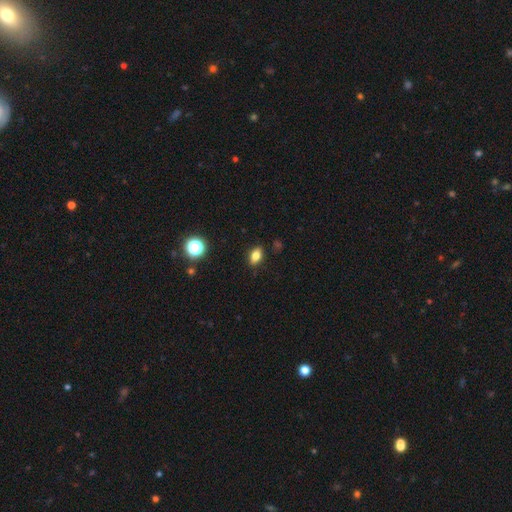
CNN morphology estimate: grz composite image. It shows a smooth galaxy with no disk features (78%) that is in between round and cigar-shaped (82%). Merging: none (87%).